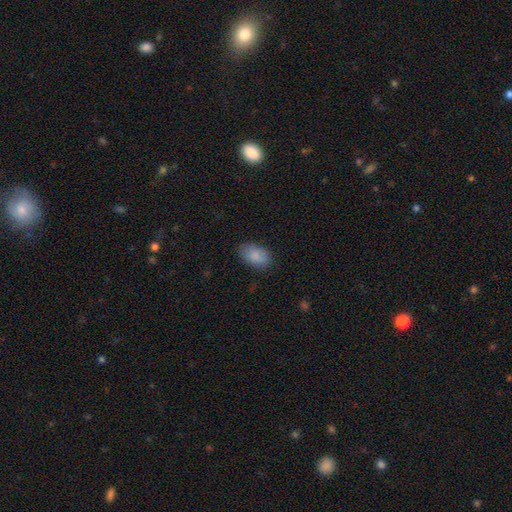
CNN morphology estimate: Smooth or featured: smooth — 87% (star or artifact — 7%)
How rounded: in between — 93% (round — 6%)
Merging: none — 81% (minor disturbance — 14%)